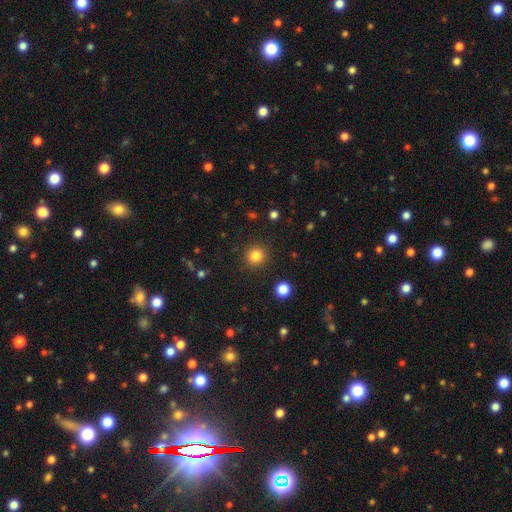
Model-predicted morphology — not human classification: Smooth or featured? smooth (84%)
How rounded? round (93%)
Merging? none (91%)